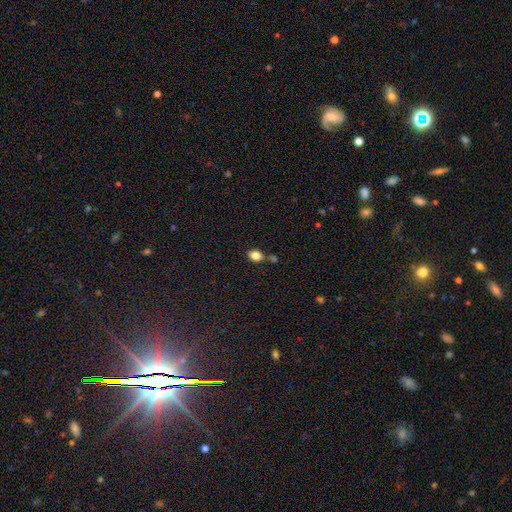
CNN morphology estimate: This appears to be a smooth galaxy with no disk features (84%) that is in between round and cigar-shaped (70%). Merging: none (67%).